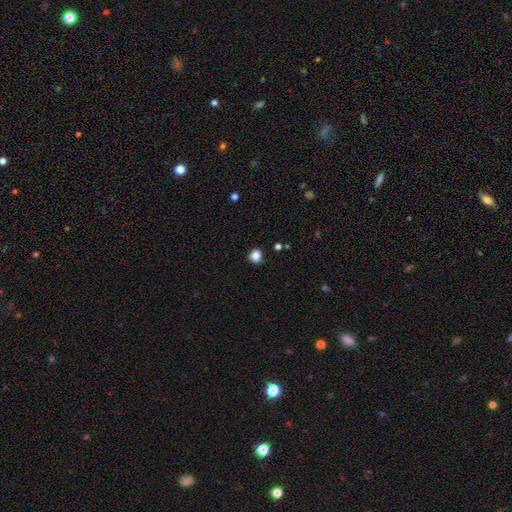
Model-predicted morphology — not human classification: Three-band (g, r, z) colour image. It shows a smooth galaxy with no disk features (86%) that is round (88%). Merging: none (90%).